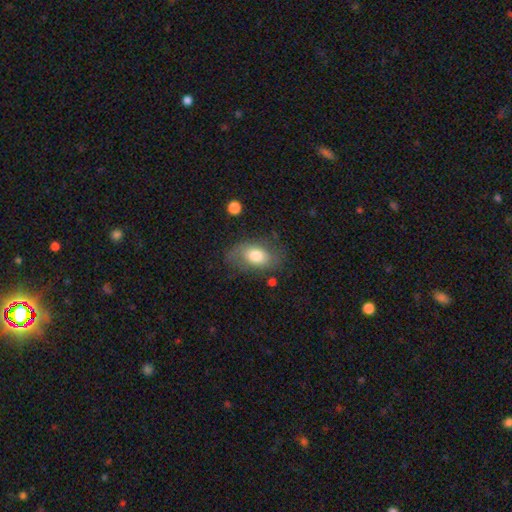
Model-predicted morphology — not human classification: The model was most divided on "merging": none: 64%, minor disturbance: 22%, major disturbance: 11%, merger: 2%. More confident: how rounded — in between (89%); smooth or featured — smooth (70%).